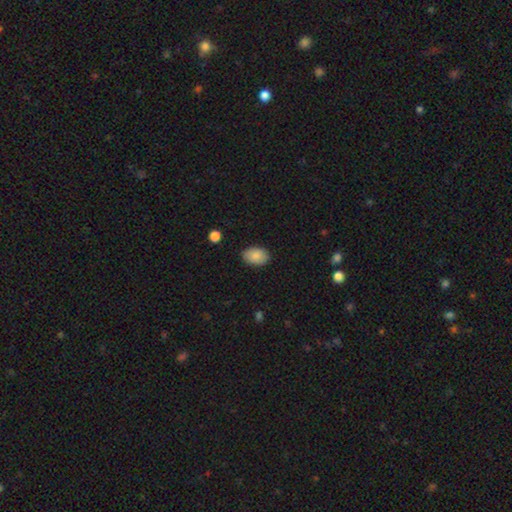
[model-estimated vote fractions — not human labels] smooth_or_featured: smooth (p=0.87) [alt: star or artifact p=0.07]
how_rounded: in between (p=0.84) [alt: round p=0.15]
merging: none (p=0.87) [alt: minor disturbance p=0.10]